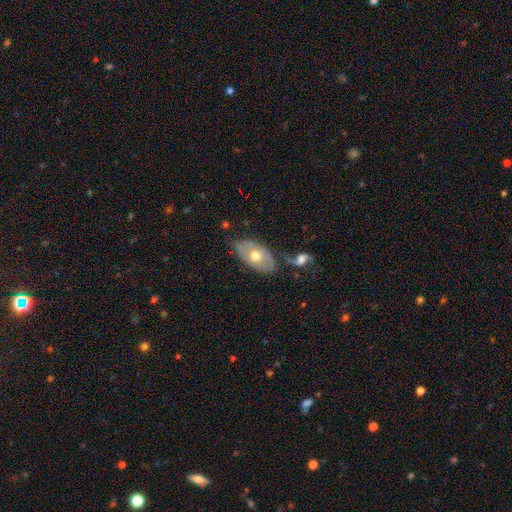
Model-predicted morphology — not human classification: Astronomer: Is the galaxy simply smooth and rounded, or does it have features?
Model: featured or disk — 50% (runner-up: smooth, 44%).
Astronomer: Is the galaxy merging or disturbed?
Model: none — 62%.